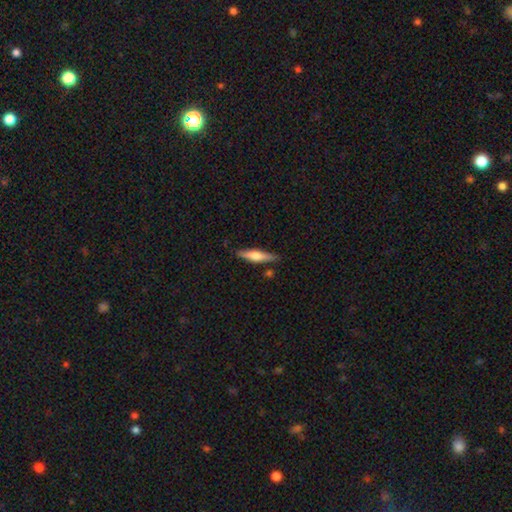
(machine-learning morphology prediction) smooth-or-featured: smooth: 51% | featured or disk: 43% | star or artifact: 6%
  how-rounded: cigar-shaped: 78% | in between: 20% | round: 2%
  merging: none: 84% | minor disturbance: 11% | merger: 3% | major disturbance: 2%